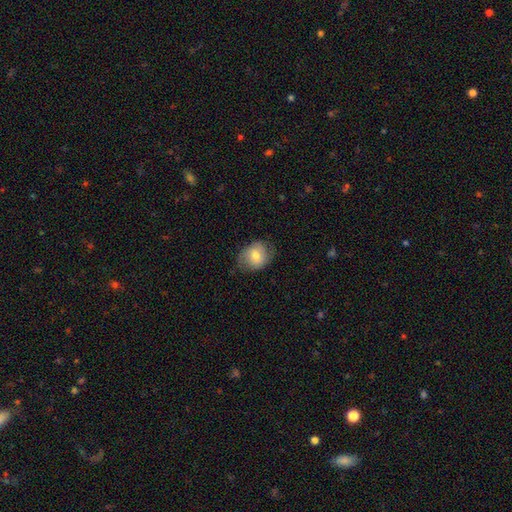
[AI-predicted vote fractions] smooth_or_featured: smooth (p=0.66) [alt: featured or disk p=0.26]
how_rounded: in between (p=0.50) [alt: round p=0.49]
merging: none (p=0.68) [alt: minor disturbance p=0.25]